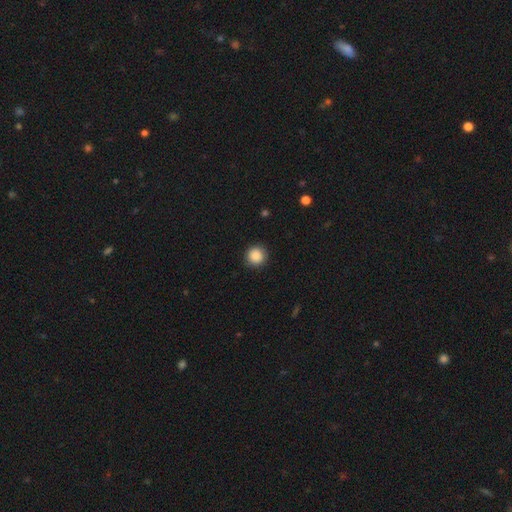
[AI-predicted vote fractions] A smooth galaxy with no disk features (88%) that is round (95%). Merging: none (90%).